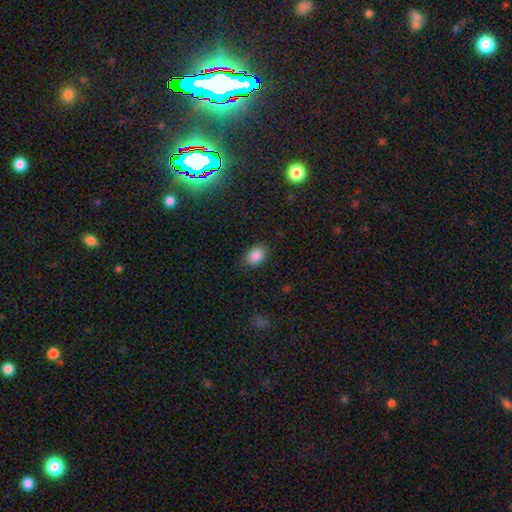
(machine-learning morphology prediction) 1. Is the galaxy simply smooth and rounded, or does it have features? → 87% smooth, 9% star or artifact, 5% featured or disk.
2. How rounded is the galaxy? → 82% in between, 17% round, 1% cigar-shaped.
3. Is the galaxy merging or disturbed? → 81% none, 15% minor disturbance, 3% major disturbance, 1% merger.